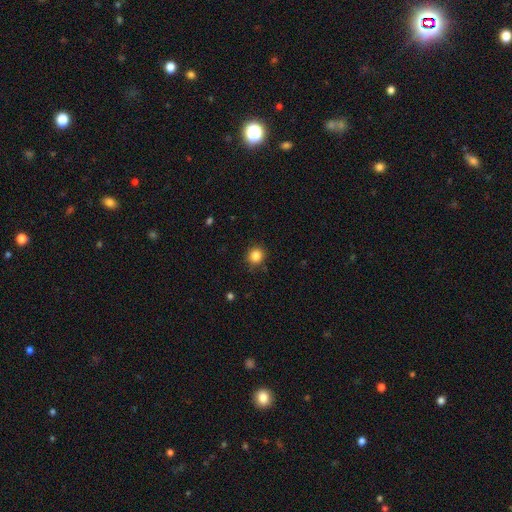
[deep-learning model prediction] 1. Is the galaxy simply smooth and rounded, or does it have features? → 85% smooth, 11% star or artifact, 4% featured or disk.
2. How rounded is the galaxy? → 91% round, 8% in between, 1% cigar-shaped.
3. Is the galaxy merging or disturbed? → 87% none, 9% minor disturbance, 2% major disturbance, 1% merger.